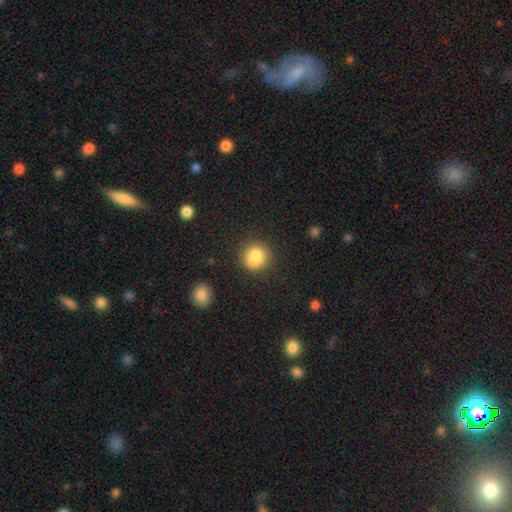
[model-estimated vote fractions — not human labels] A smooth galaxy with no disk features (79%) that is round (90%).

Vote fractions:
- Smooth or featured? smooth: 79% / featured or disk: 11% / star or artifact: 10%
- How rounded? round: 90% / in between: 9% / cigar-shaped: 1%
- Merging? none: 67% / merger: 15% / minor disturbance: 14% / major disturbance: 4%